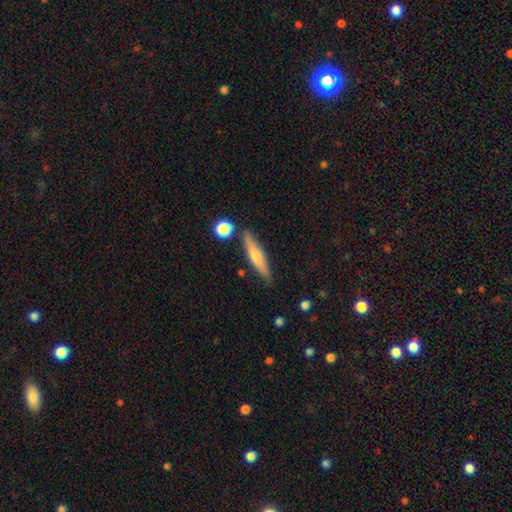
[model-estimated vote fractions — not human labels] smooth_or_featured: smooth (p=0.46) [tied with: featured or disk p=0.46]
merging: none (p=0.85) [alt: minor disturbance p=0.09]